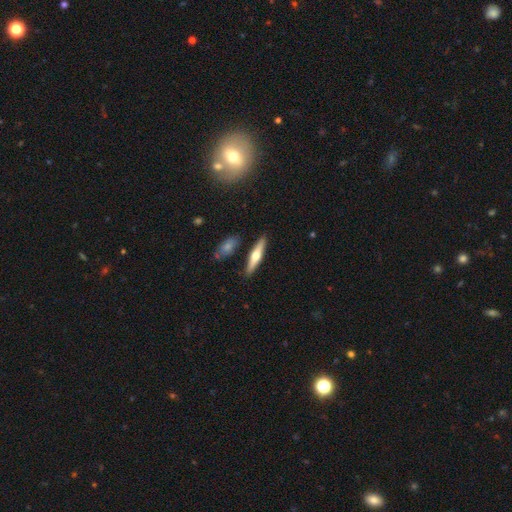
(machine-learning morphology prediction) Smooth or featured? Predicted: featured or disk (p=0.50). Edge-on disk? Predicted: yes (p=0.94). Merging? Predicted: none (p=0.85).